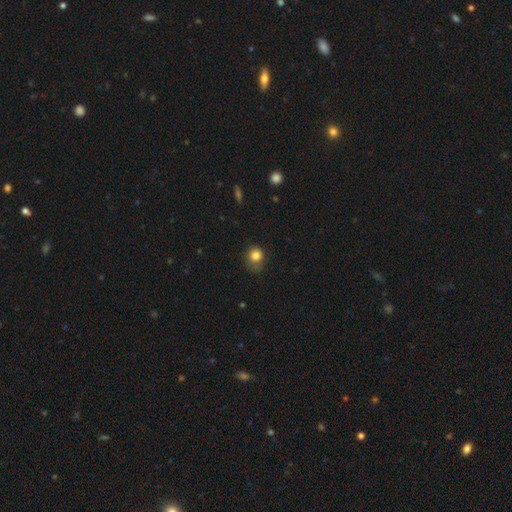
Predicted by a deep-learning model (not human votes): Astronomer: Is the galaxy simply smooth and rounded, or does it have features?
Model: smooth — 81%.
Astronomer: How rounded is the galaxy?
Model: round — 74%.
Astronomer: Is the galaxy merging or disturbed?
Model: none — 56% (runner-up: minor disturbance, 31%).